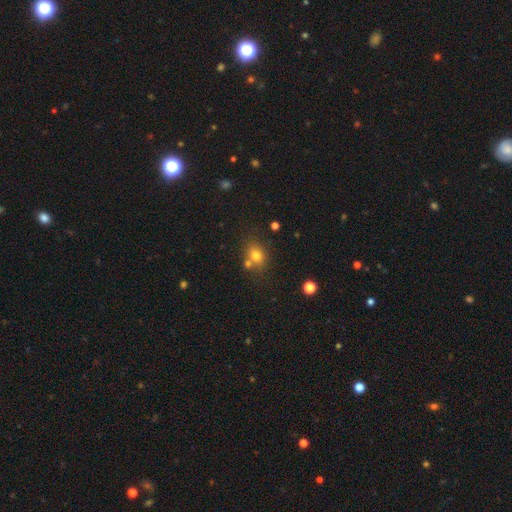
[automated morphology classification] type=smooth (75%); roundness=round (59%); merging=none (62%).